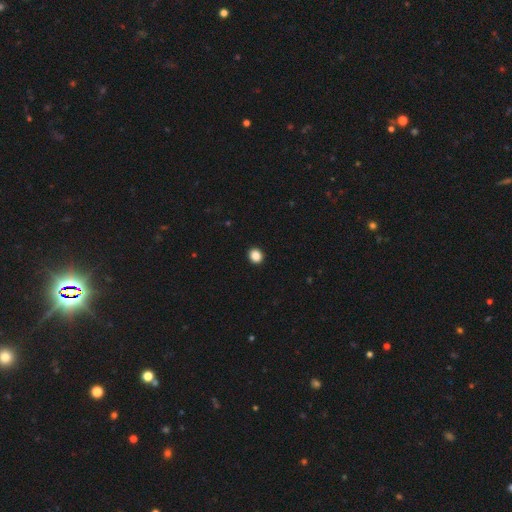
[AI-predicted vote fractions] This is clearly a smooth galaxy (87%). How rounded: likely round (79%). Merging: clearly none (93%).